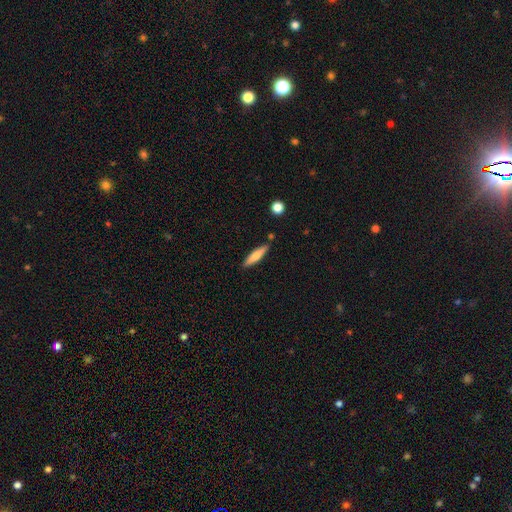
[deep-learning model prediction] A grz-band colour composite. It shows a smooth galaxy with no disk features (66%) that is cigar-shaped (79%). Merging: none (83%).